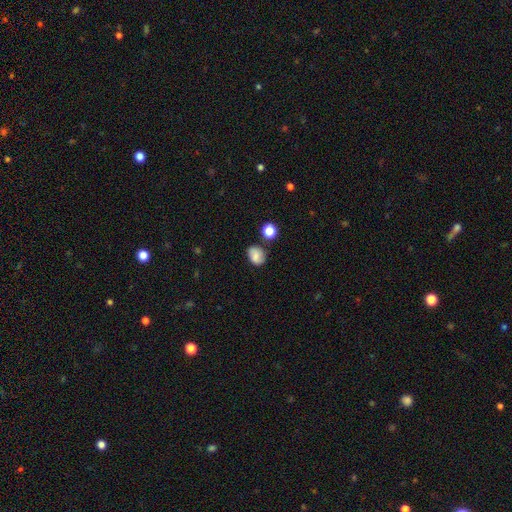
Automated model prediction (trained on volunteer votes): The model was most divided on "how rounded": in between: 57%, round: 41%, cigar-shaped: 1%. More confident: smooth or featured — smooth (73%); merging — none (69%).